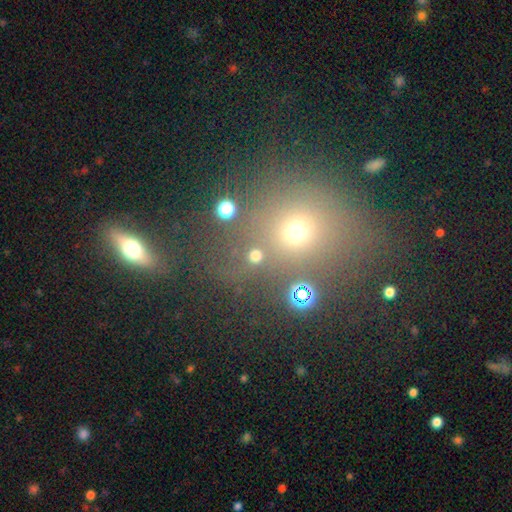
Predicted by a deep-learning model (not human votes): Q: Smooth or featured?
A: smooth (64%); runner-up: star or artifact (28%)
Q: How rounded?
A: round (88%); runner-up: in between (11%)
Q: Merging?
A: none (64%); runner-up: merger (20%)